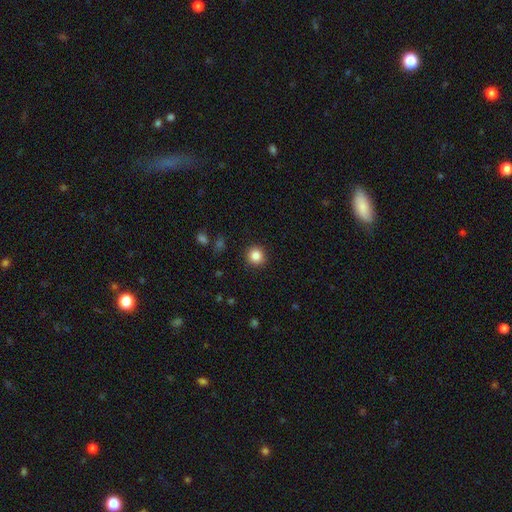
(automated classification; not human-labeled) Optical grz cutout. It shows a smooth galaxy with no disk features (85%) that is round (94%). Merging: none (92%).